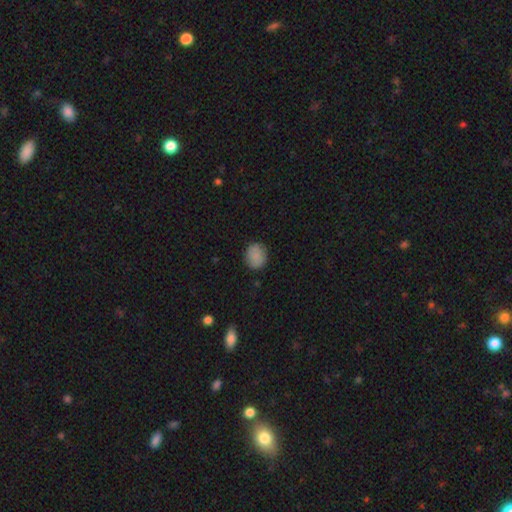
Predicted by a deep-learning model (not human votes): A smooth galaxy with no disk features (87%) that is round (78%). Merging: none (87%).